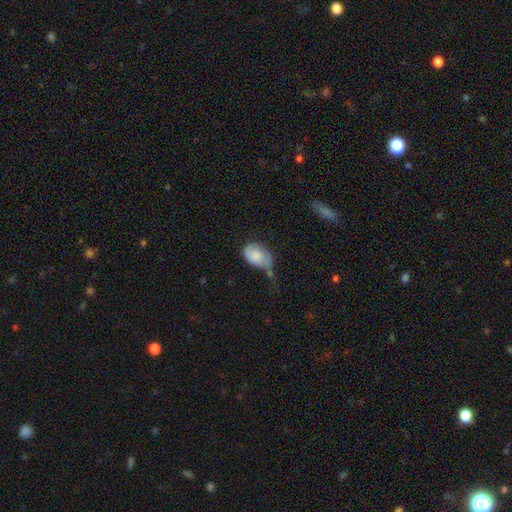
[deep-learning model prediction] Morphology: type=smooth (76%); roundness=in between (84%); merging=minor disturbance (36%).